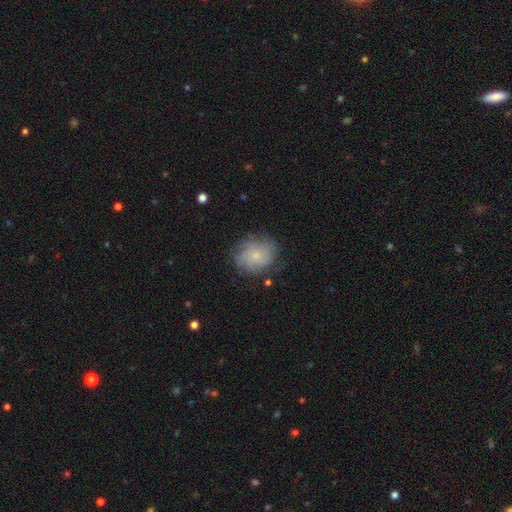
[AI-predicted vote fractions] Smooth or featured?
  - smooth: 49% *
  - featured or disk: 41%
  - star or artifact: 10%
Merging?
  - none: 69% *
  - minor disturbance: 20%
  - major disturbance: 9%
  - merger: 2%